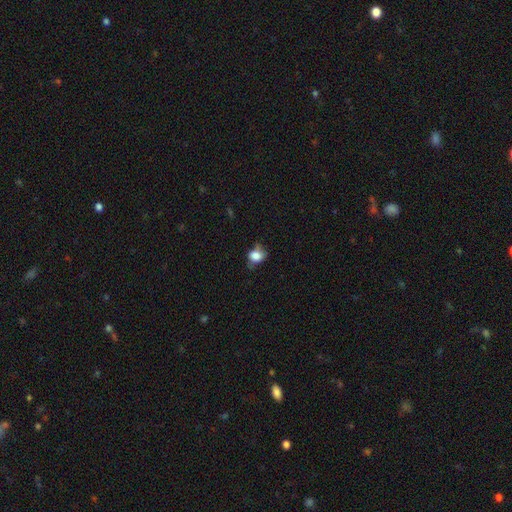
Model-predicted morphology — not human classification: Smooth or featured: smooth — 75% (featured or disk — 15%)
How rounded: in between — 54% (round — 44%)
Merging: none — 46% (minor disturbance — 36%)